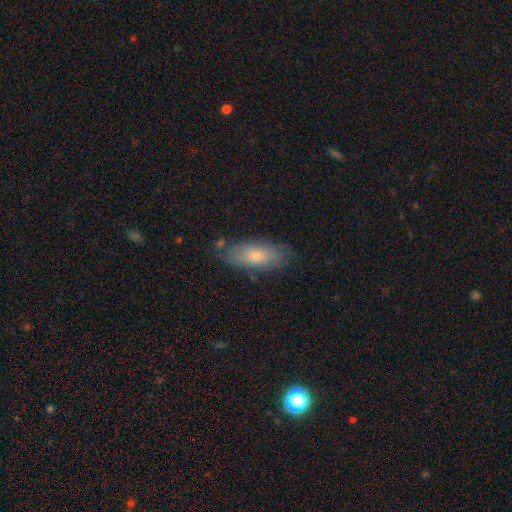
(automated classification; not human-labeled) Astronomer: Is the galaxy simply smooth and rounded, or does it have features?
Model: smooth — 69%.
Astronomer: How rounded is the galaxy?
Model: in between — 76%.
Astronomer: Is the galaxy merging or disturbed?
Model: none — 75%.